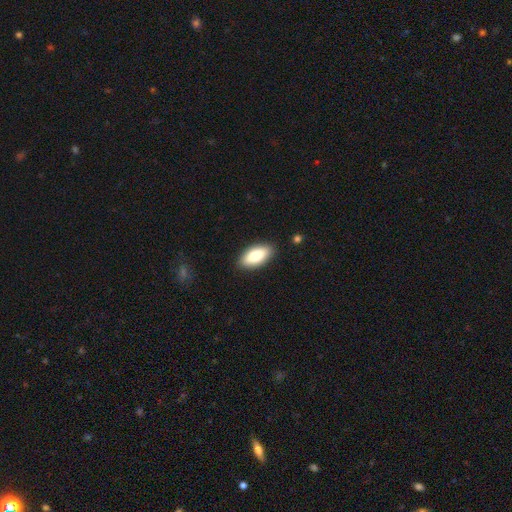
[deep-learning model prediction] smooth_or_featured: smooth (p=0.78) [alt: featured or disk p=0.15]
how_rounded: in between (p=0.89) [alt: cigar-shaped p=0.09]
merging: none (p=0.89) [alt: minor disturbance p=0.08]